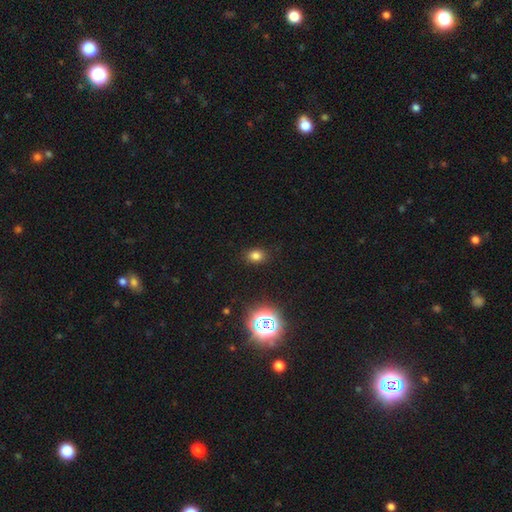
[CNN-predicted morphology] smooth-or-featured: smooth: 75% | star or artifact: 19% | featured or disk: 6%
  how-rounded: in between: 61% | round: 38% | cigar-shaped: 1%
  merging: none: 87% | minor disturbance: 9% | major disturbance: 3% | merger: 1%